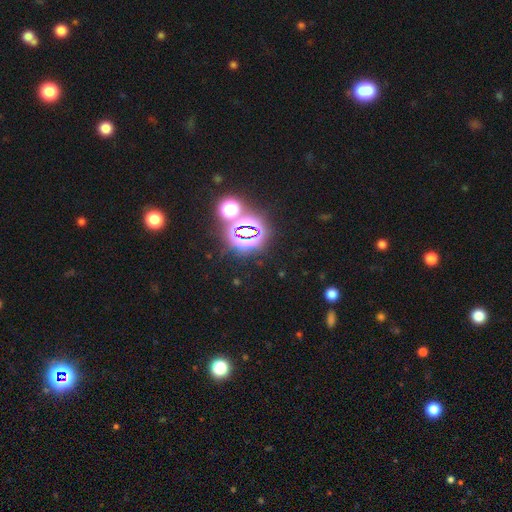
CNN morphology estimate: A star or artifact, not a galaxy (74%).